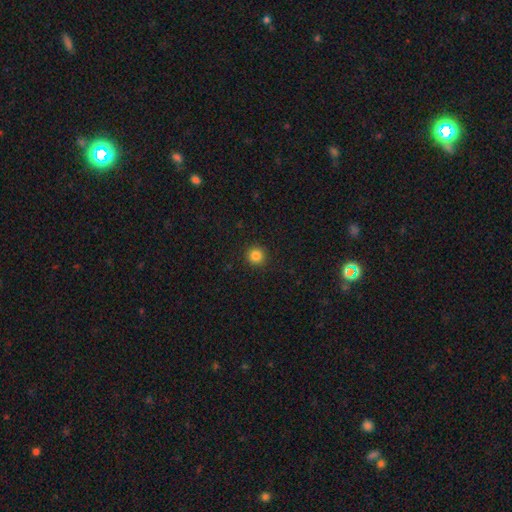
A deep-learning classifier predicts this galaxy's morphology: This is clearly a smooth galaxy (83%). How rounded: clearly round (95%). Merging: clearly none (92%).